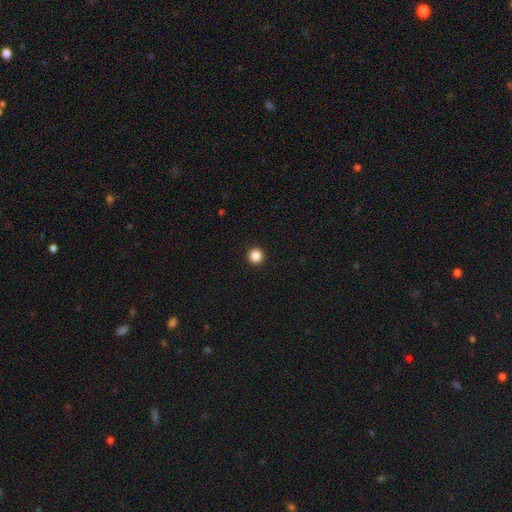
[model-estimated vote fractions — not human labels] smooth_or_featured: smooth (p=0.87) [alt: star or artifact p=0.11]
how_rounded: round (p=0.95) [alt: in between p=0.04]
merging: none (p=0.94) [alt: minor disturbance p=0.04]